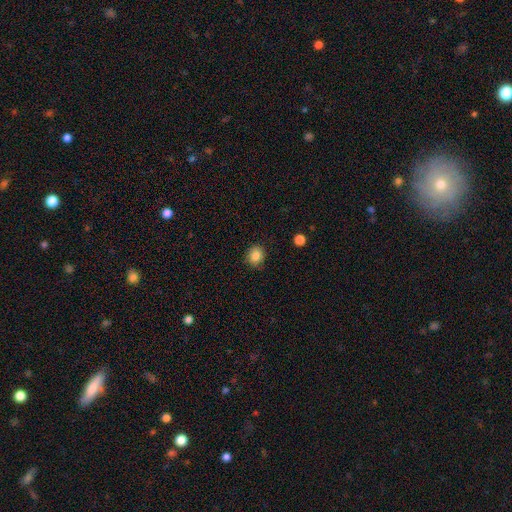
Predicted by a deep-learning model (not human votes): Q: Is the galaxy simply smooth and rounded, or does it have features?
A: smooth — 85%.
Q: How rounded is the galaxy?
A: round — 73%.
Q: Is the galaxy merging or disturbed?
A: none — 87%.